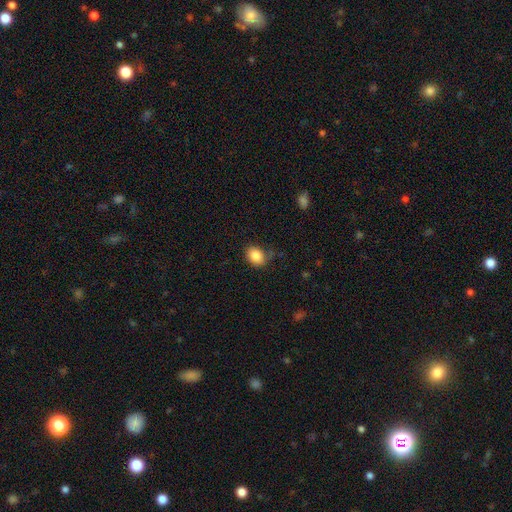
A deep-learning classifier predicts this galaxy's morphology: smooth_or_featured: smooth (p=0.85) [alt: star or artifact p=0.09]
how_rounded: in between (p=0.60) [alt: round p=0.39]
merging: none (p=0.74) [alt: minor disturbance p=0.20]